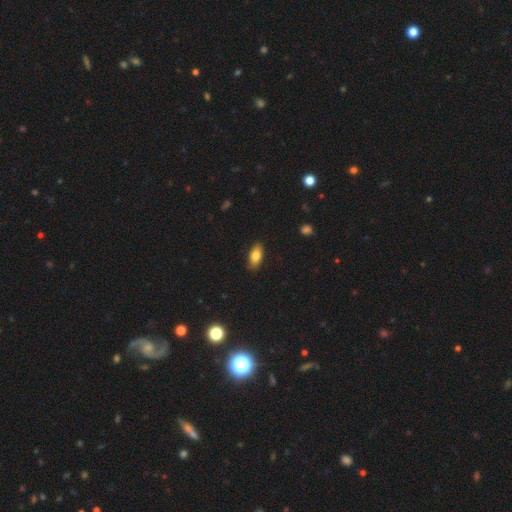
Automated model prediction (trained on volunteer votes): This is clearly a smooth galaxy (81%). How rounded: clearly in between (88%). Merging: clearly none (87%).